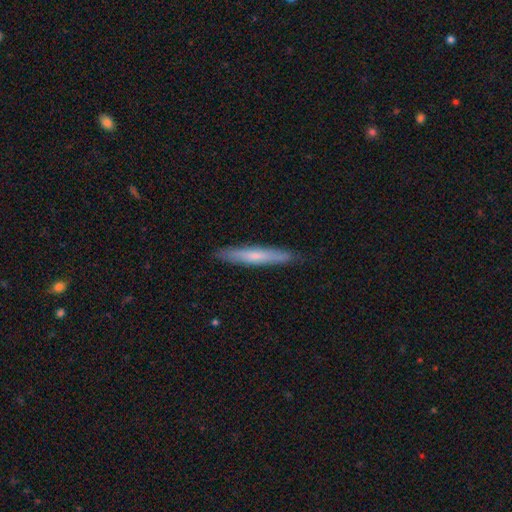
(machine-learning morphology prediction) Overall: smooth (58%; featured or disk 37%). How rounded: cigar-shaped (94%). Merging: none (87%).